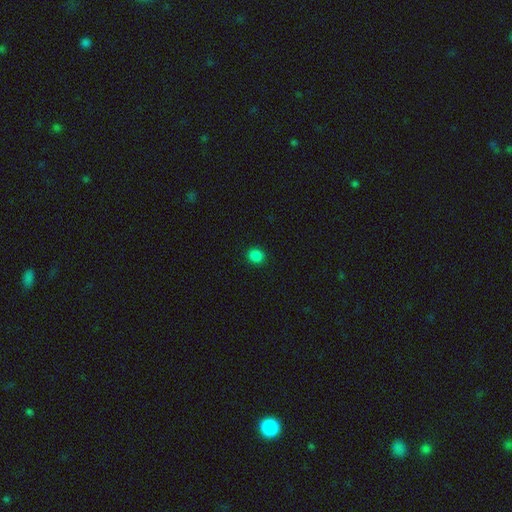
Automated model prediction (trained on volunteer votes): A smooth galaxy with no disk features (85%) that is round (82%). Merging: none (92%).